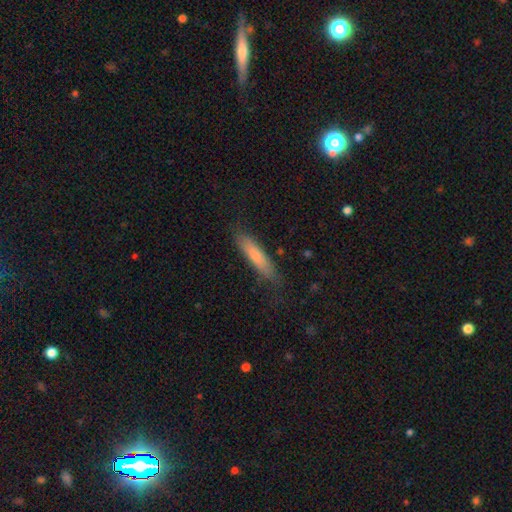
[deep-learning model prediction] A smooth galaxy with no disk features (76%) that is cigar-shaped (79%).

Vote fractions:
- Smooth or featured? smooth: 76% / featured or disk: 18% / star or artifact: 6%
- How rounded? cigar-shaped: 79% / in between: 19% / round: 1%
- Merging? none: 78% / minor disturbance: 17% / major disturbance: 4% / merger: 1%